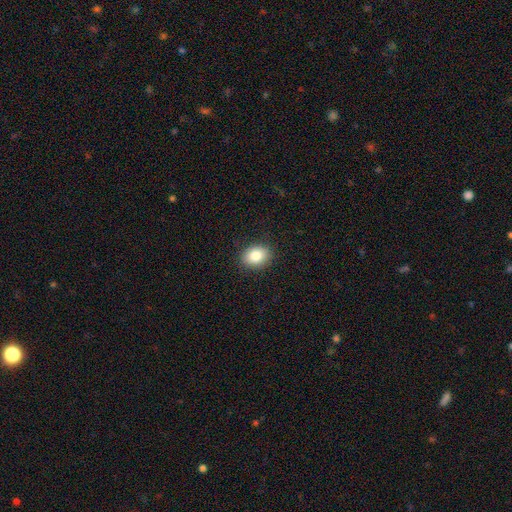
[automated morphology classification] Smooth or featured: smooth — 85% (star or artifact — 9%)
How rounded: in between — 64% (round — 35%)
Merging: none — 89% (minor disturbance — 8%)